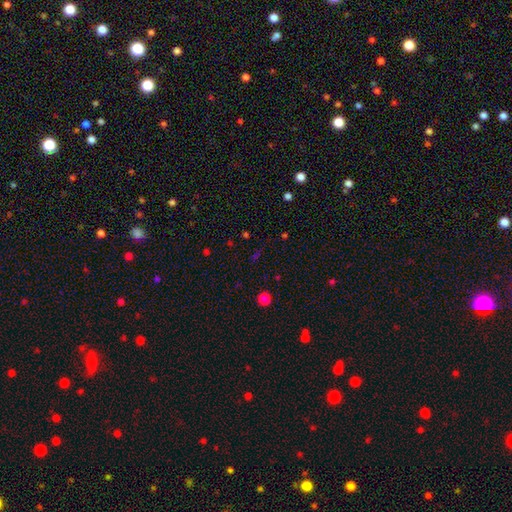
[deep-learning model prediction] smooth_or_featured: star or artifact (p=0.56) [alt: smooth p=0.36]